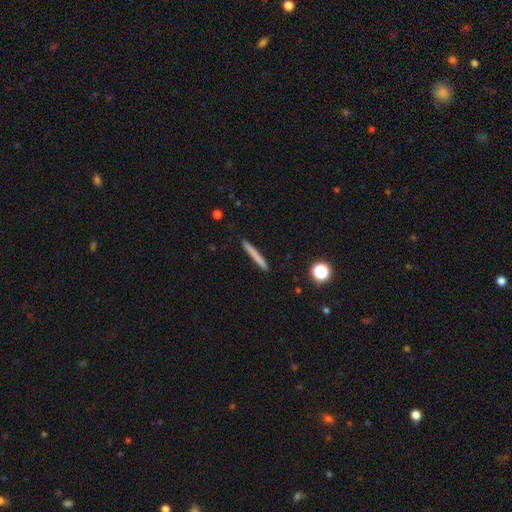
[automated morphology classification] smooth 71%, featured or disk 21%, star or artifact 7%. Down the decision tree: how rounded — cigar-shaped (96%); merging — none (91%).